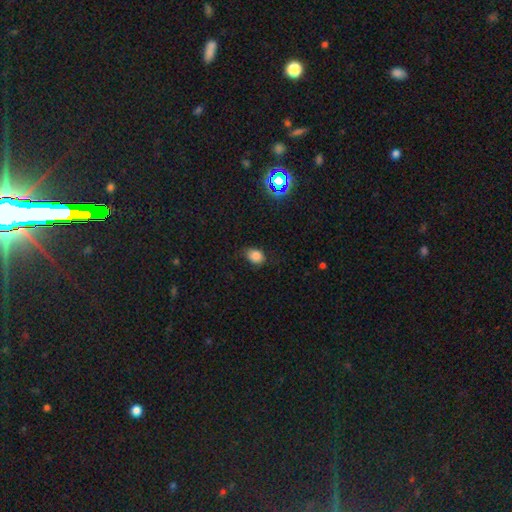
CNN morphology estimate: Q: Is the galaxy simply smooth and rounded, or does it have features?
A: smooth — 81%.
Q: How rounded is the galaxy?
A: in between — 65%.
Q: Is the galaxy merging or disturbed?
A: none — 73%.